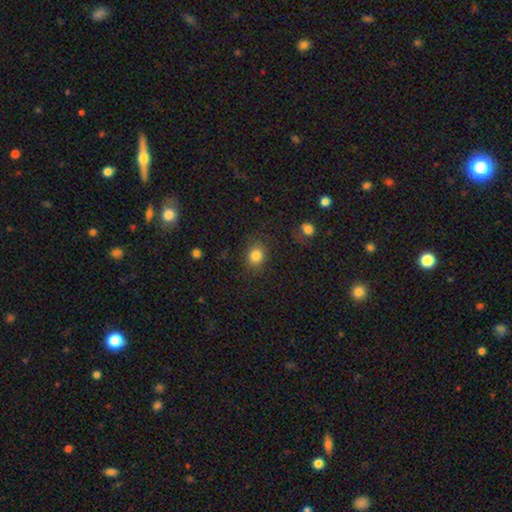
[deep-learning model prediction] A smooth galaxy with no disk features (83%) that is round (65%). Merging: none (81%).